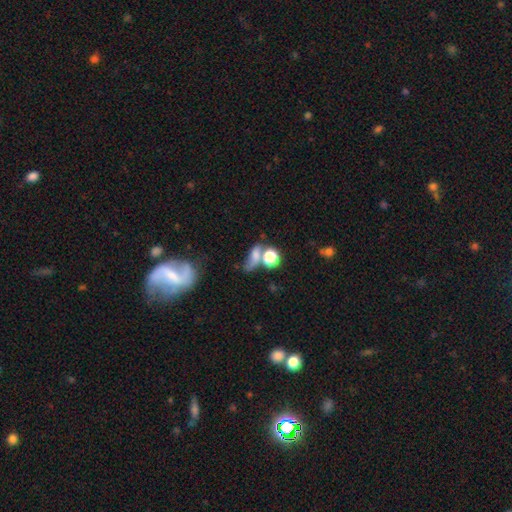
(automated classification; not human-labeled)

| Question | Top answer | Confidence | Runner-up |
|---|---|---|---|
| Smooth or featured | smooth | 62% | star or artifact (20%) |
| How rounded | in between | 54% | round (34%) |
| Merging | none | 35% | merger (32%) |